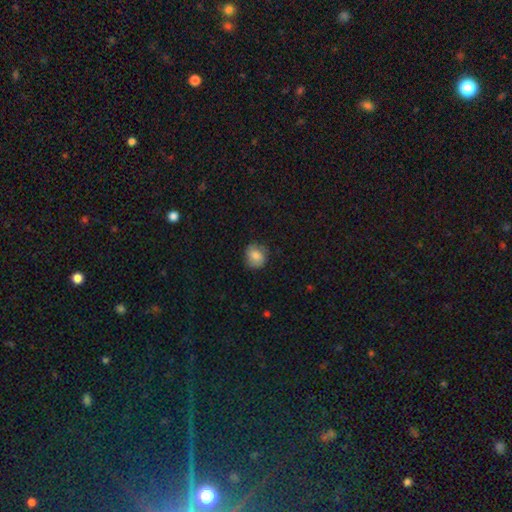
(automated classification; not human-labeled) Morphology: type=smooth (79%); roundness=round (71%); merging=none (75%).